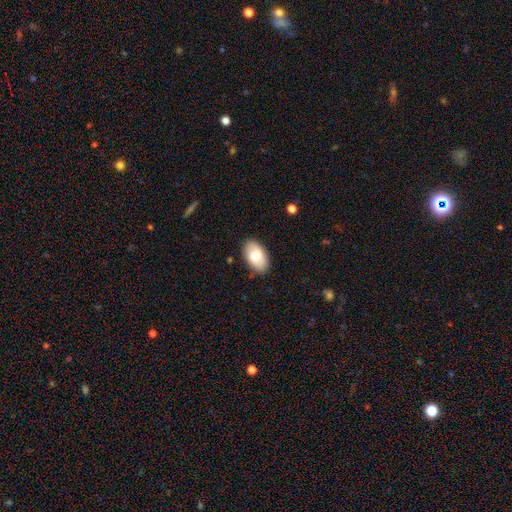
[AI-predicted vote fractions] smooth_or_featured: smooth (p=0.72) [alt: featured or disk p=0.21]
how_rounded: in between (p=0.94) [alt: round p=0.05]
merging: none (p=0.85) [alt: minor disturbance p=0.11]